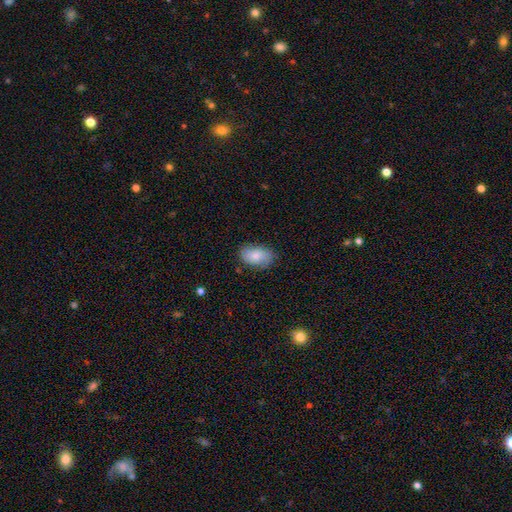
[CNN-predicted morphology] A smooth galaxy with no disk features (81%) that is in between round and cigar-shaped (91%).

Vote fractions:
- Smooth or featured? smooth: 81% / featured or disk: 13% / star or artifact: 6%
- How rounded? in between: 91% / round: 8% / cigar-shaped: 1%
- Merging? none: 79% / minor disturbance: 16% / major disturbance: 3% / merger: 1%